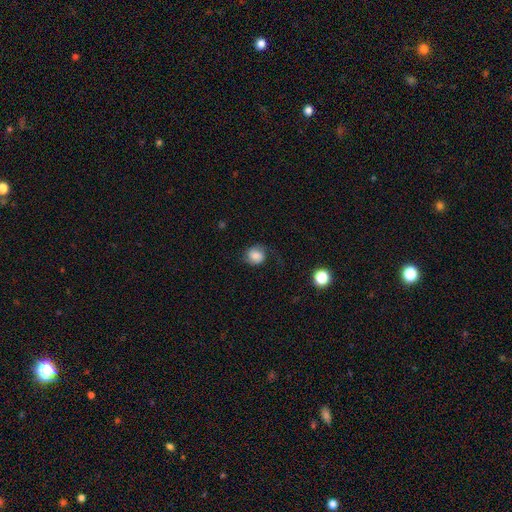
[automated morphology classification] Smooth or featured? Predicted: smooth (p=0.70). How rounded? Predicted: round (p=0.72). Merging? Predicted: none (p=0.57).